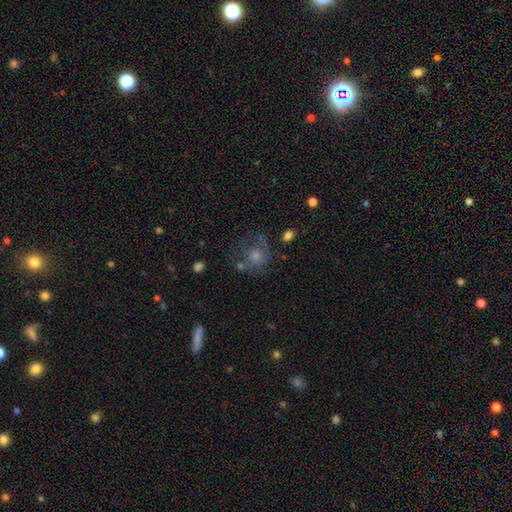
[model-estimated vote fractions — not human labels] The model was most divided on "smooth or featured": featured or disk: 51%, smooth: 30%, star or artifact: 19%. More confident: edge-on disk — no (96%); merging — none (61%).